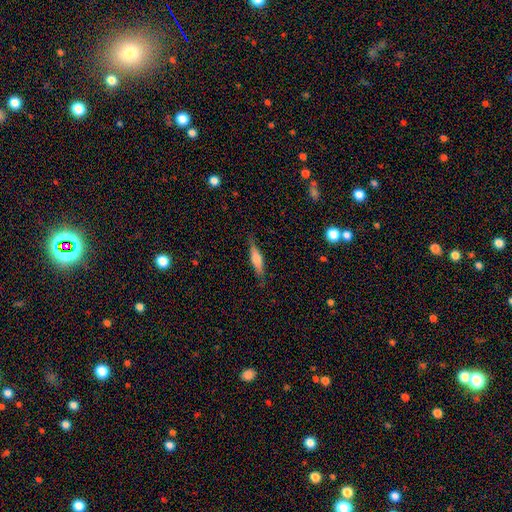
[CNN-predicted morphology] smooth-or-featured: smooth: 53% | featured or disk: 40% | star or artifact: 7%
  how-rounded: cigar-shaped: 76% | in between: 21% | round: 2%
  merging: none: 82% | minor disturbance: 14% | major disturbance: 3% | merger: 1%